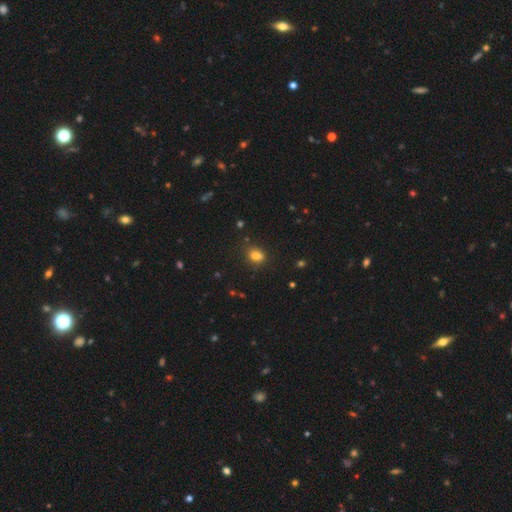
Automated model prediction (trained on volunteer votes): Smooth or featured? smooth (77%)
How rounded? round (51%)
Merging? none (66%)